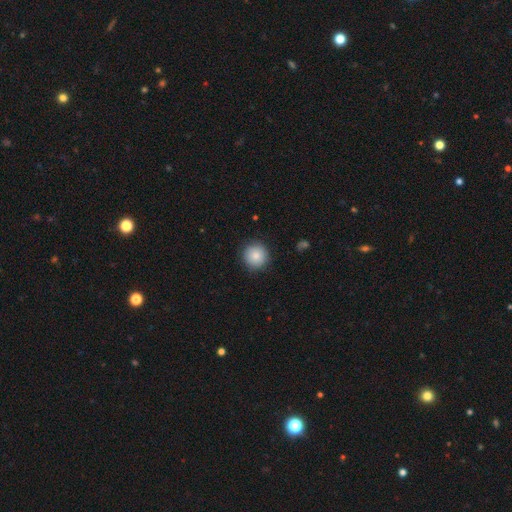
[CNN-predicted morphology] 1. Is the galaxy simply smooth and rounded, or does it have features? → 84% smooth, 9% star or artifact, 7% featured or disk.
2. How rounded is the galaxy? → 95% round, 4% in between, 1% cigar-shaped.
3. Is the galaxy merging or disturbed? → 89% none, 8% minor disturbance, 2% major disturbance, 1% merger.